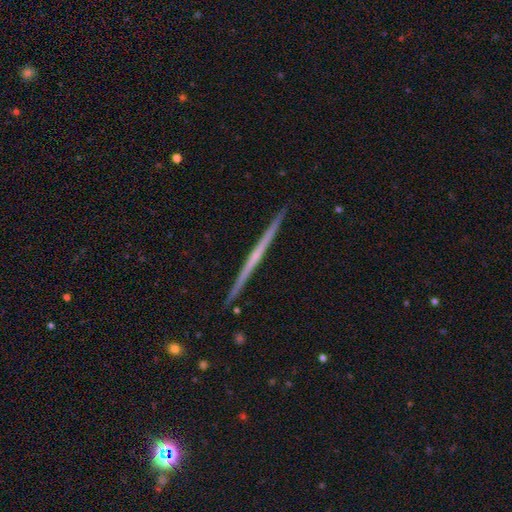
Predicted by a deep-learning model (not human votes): This is likely a featured or disk galaxy (70%). It is clearly viewed edge-on (98%). Edge-on bulge: clearly none (82%). Merging: clearly none (93%).